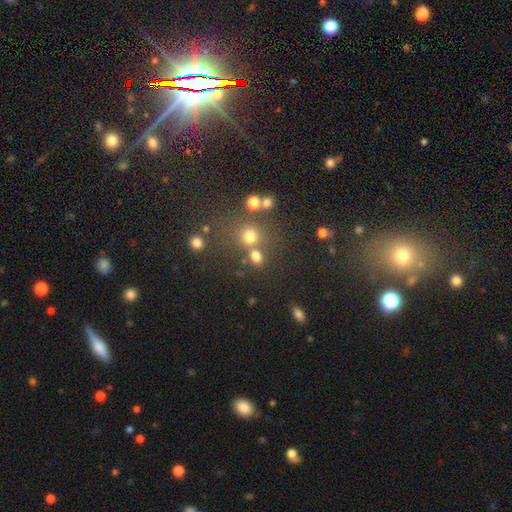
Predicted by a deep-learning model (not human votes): Overall: smooth (73%). How rounded: round (71%). Merging: none (60%; merger 25%).